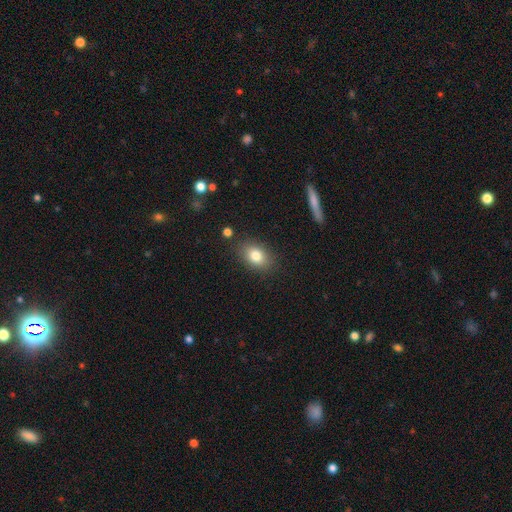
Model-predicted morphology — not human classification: Smooth or featured: smooth — 80% (featured or disk — 10%)
How rounded: in between — 79% (round — 20%)
Merging: none — 85% (minor disturbance — 10%)